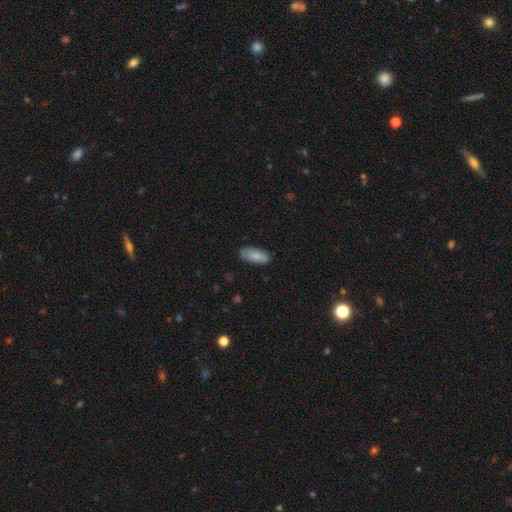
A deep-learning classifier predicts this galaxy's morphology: Smooth or featured? Predicted: smooth (p=0.84). How rounded? Predicted: in between (p=0.83). Merging? Predicted: none (p=0.81).